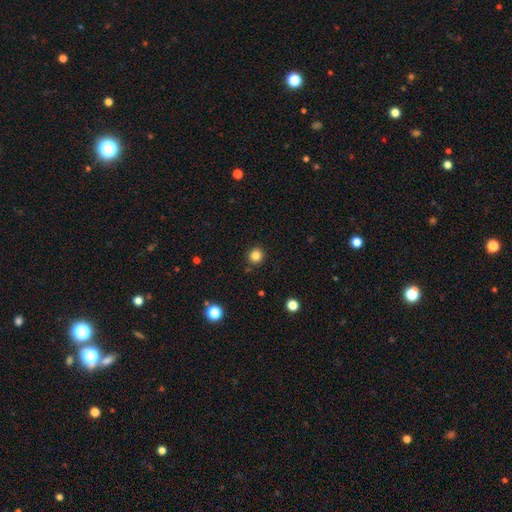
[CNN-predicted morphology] Smooth or featured: smooth — 83% (star or artifact — 12%)
How rounded: round — 92% (in between — 7%)
Merging: none — 90% (minor disturbance — 6%)